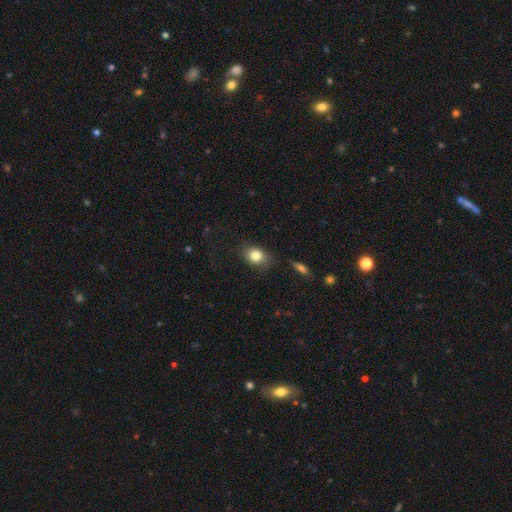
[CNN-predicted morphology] type=smooth (81%); roundness=round (52%); merging=none (77%).